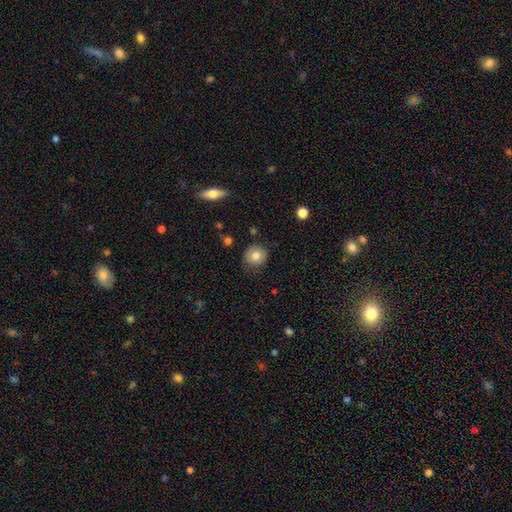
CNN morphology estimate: Q: Smooth or featured?
A: smooth (80%); runner-up: featured or disk (11%)
Q: How rounded?
A: round (92%); runner-up: in between (7%)
Q: Merging?
A: none (84%); runner-up: minor disturbance (12%)